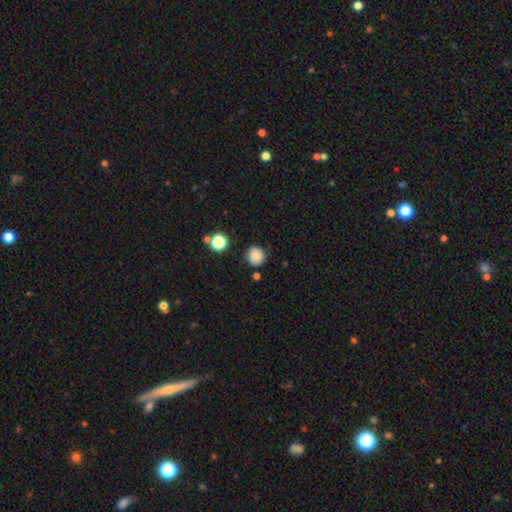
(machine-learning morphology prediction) This appears to be a smooth galaxy with no disk features (82%) that is round (88%). Merging: none (80%).